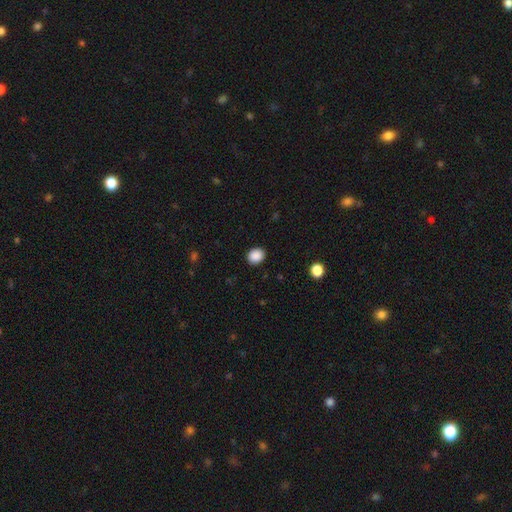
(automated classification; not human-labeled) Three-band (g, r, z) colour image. It shows a smooth galaxy with no disk features (89%) that is round (62%). Merging: none (91%).